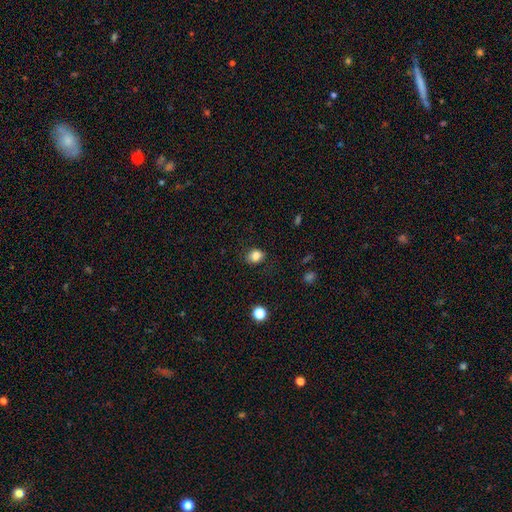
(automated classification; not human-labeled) This appears to be a smooth galaxy with no disk features (84%) that is in between round and cigar-shaped (55%). Merging: none (76%).